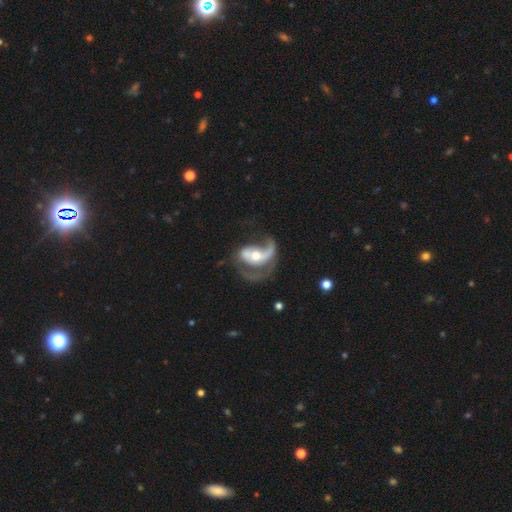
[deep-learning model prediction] Overall: featured or disk (80%). Edge-on disk: no (97%). Bar: no (47%; weak 29%). Spiral arms: yes (85%). Spiral arm count: 2 (50%; 1 40%). Spiral winding: loose (49%; medium 38%). Bulge size: moderate (66%). Merging: major disturbance (42%; none 34%).